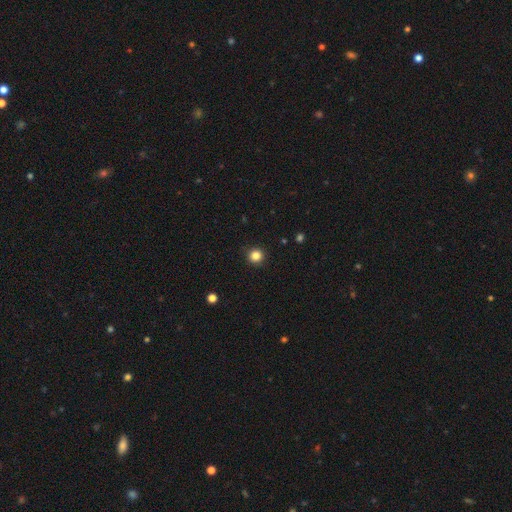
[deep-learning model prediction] A smooth galaxy with no disk features (84%) that is round (94%).

Vote fractions:
- Smooth or featured? smooth: 84% / star or artifact: 12% / featured or disk: 4%
- How rounded? round: 94% / in between: 5% / cigar-shaped: 1%
- Merging? none: 92% / minor disturbance: 5% / major disturbance: 2% / merger: 1%